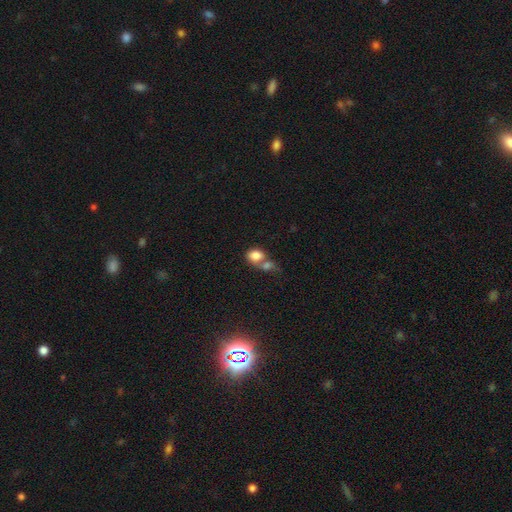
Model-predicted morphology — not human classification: This is clearly a smooth galaxy (81%). How rounded: likely in between (61%). Merging: likely merger (62%).